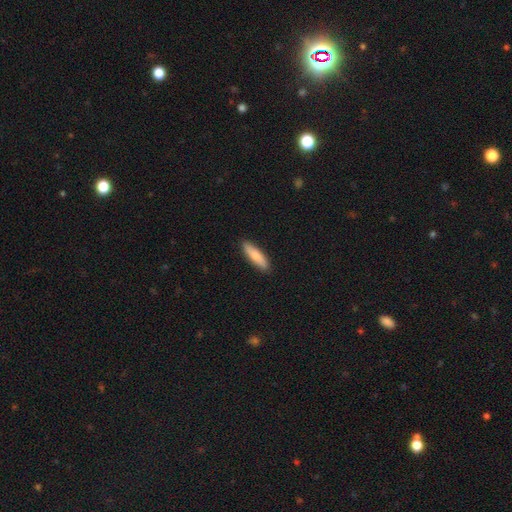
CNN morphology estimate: Overall: smooth (79%). How rounded: cigar-shaped (67%; in between 31%). Merging: none (89%).